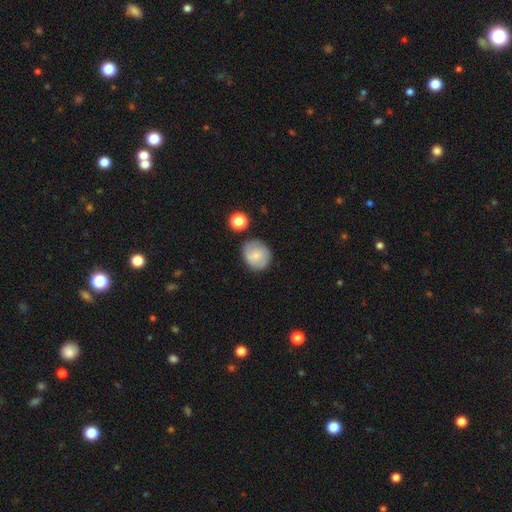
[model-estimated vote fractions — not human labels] This is likely a smooth galaxy (73%). How rounded: likely round (80%). Merging: likely none (75%).